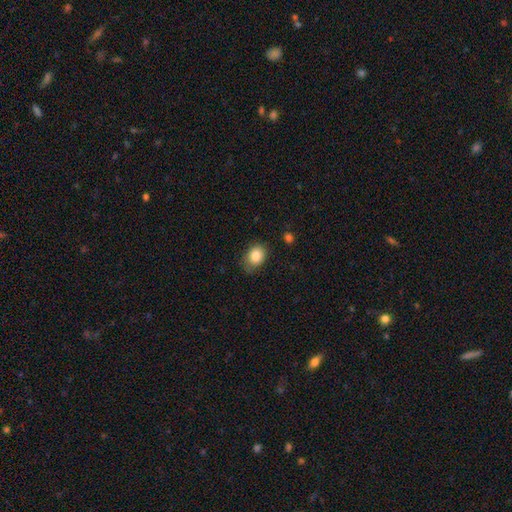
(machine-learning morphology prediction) Q: Smooth or featured?
A: smooth (84%); runner-up: star or artifact (9%)
Q: How rounded?
A: in between (58%); runner-up: round (41%)
Q: Merging?
A: none (71%); runner-up: minor disturbance (23%)